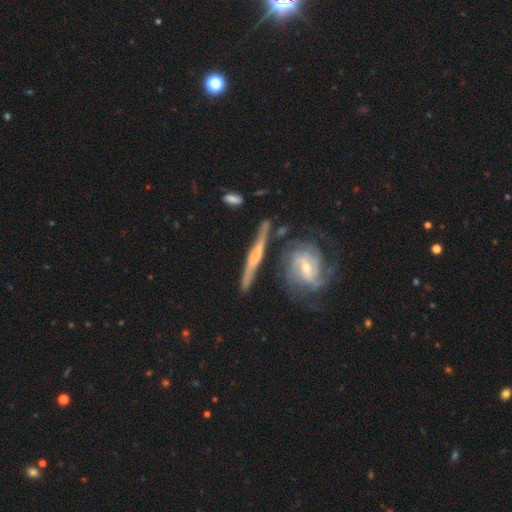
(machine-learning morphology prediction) The model was most divided on "edge-on bulge": none: 51%, rounded: 35%, boxy: 14%. More confident: edge-on disk — yes (72%); smooth or featured — featured or disk (70%); merging — none (66%).